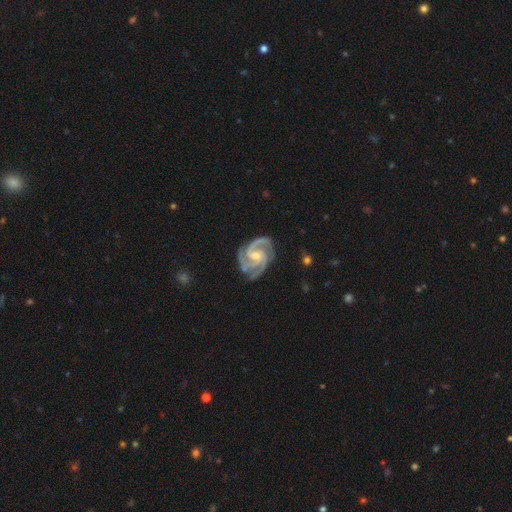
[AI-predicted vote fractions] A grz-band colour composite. It shows a featured or disk galaxy (94%) with no bar (44%), 3 (61%) tight (54%) spiral arms (99%) and a small central bulge (56%). Merging: none (76%).